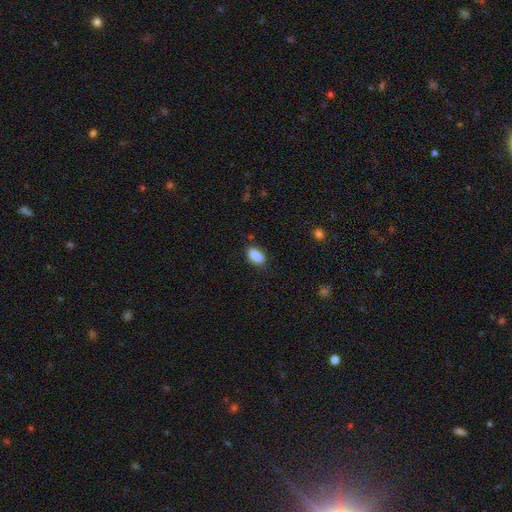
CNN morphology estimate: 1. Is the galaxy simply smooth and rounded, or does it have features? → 85% smooth, 8% star or artifact, 7% featured or disk.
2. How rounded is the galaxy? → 80% in between, 14% cigar-shaped, 6% round.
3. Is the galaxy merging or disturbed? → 75% none, 17% minor disturbance, 5% merger, 4% major disturbance.